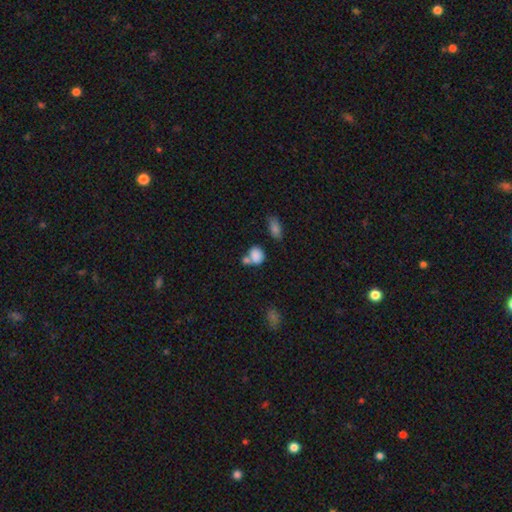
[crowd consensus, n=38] smooth-or-featured: smooth: 84% | featured or disk: 8% | star or artifact: 8%
  how-rounded: round: 59% | in between: 38% | cigar-shaped: 3%
  merging: none: 40% | merger: 31% | minor disturbance: 20% | major disturbance: 9%